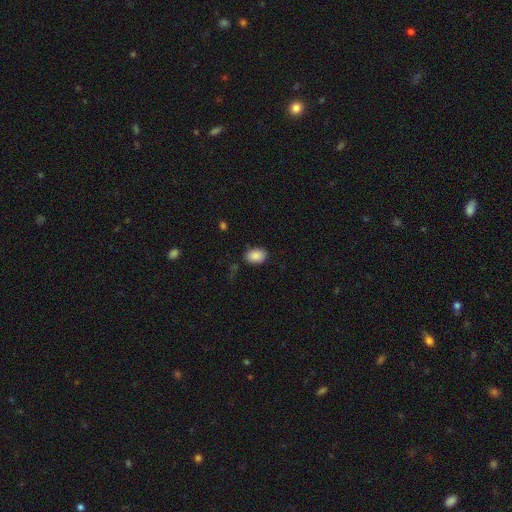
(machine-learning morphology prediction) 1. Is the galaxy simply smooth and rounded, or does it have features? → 88% smooth, 8% star or artifact, 4% featured or disk.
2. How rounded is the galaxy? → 78% in between, 21% round, 1% cigar-shaped.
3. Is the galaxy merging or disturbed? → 81% none, 13% minor disturbance, 4% major disturbance, 2% merger.